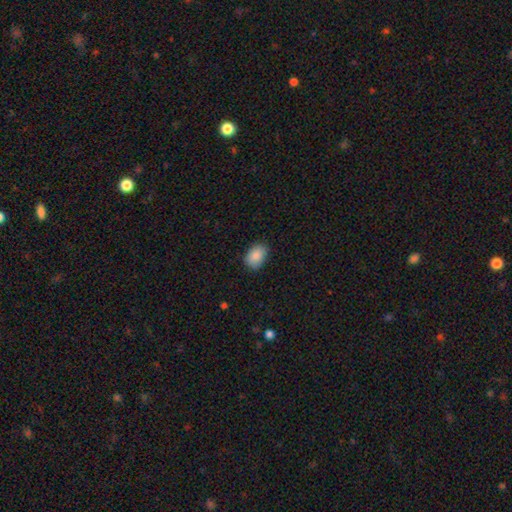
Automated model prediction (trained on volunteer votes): smooth_or_featured: smooth (p=0.88) [alt: star or artifact p=0.07]
how_rounded: in between (p=0.83) [alt: round p=0.16]
merging: none (p=0.82) [alt: minor disturbance p=0.14]